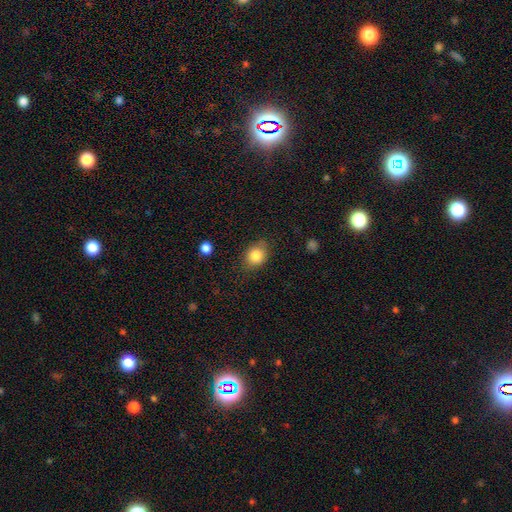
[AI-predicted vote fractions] smooth 84%, star or artifact 9%, featured or disk 7%. Down the decision tree: how rounded — round (50%); merging — none (76%).